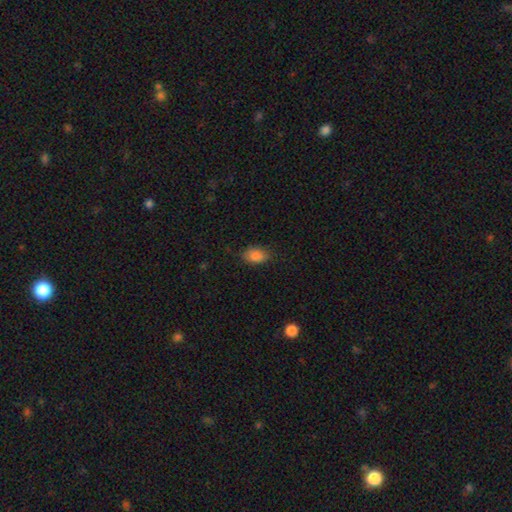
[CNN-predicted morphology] smooth_or_featured: smooth (p=0.87) [alt: star or artifact p=0.08]
how_rounded: in between (p=0.86) [alt: round p=0.13]
merging: none (p=0.79) [alt: minor disturbance p=0.16]